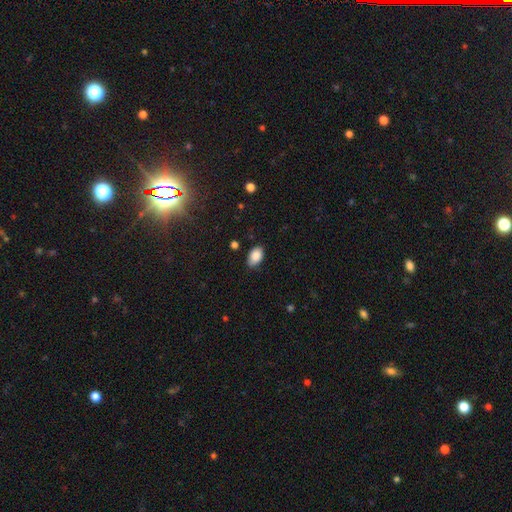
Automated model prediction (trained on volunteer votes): This appears to be a smooth galaxy with no disk features (87%) that is in between round and cigar-shaped (92%). Merging: none (80%).